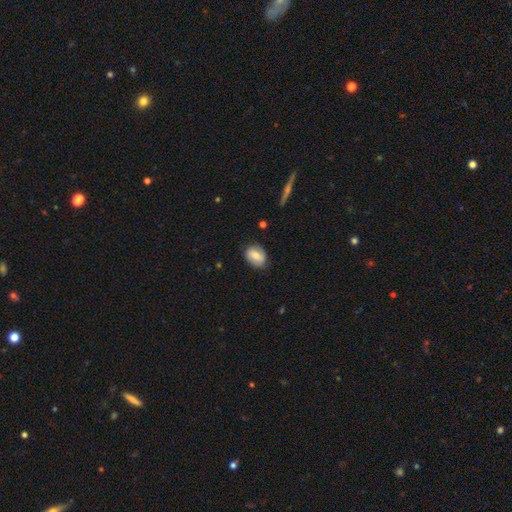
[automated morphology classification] type=smooth (66%); roundness=in between (70%); merging=none (77%).